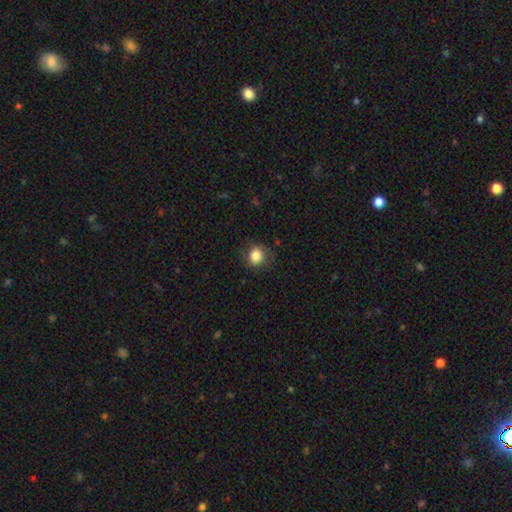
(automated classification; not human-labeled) Q: Smooth or featured?
A: smooth (84%); runner-up: star or artifact (10%)
Q: How rounded?
A: round (69%); runner-up: in between (31%)
Q: Merging?
A: none (78%); runner-up: minor disturbance (16%)